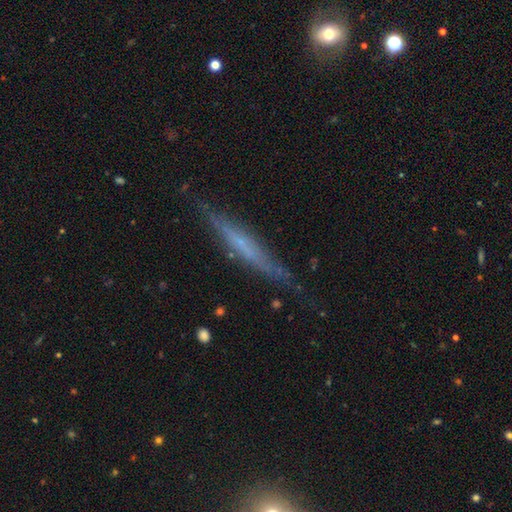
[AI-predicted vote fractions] This appears to be a featured or disk galaxy (59%) viewed edge-on (92%) with no central bulge (69%). Merging: none (78%).